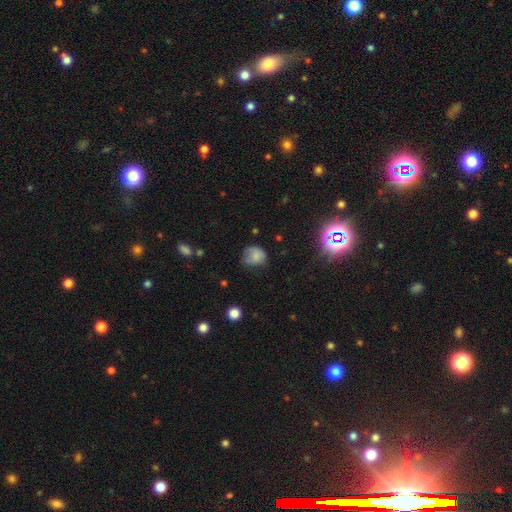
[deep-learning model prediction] Smooth or featured: smooth — 76% (star or artifact — 12%)
How rounded: round — 66% (in between — 33%)
Merging: none — 51% (minor disturbance — 34%)